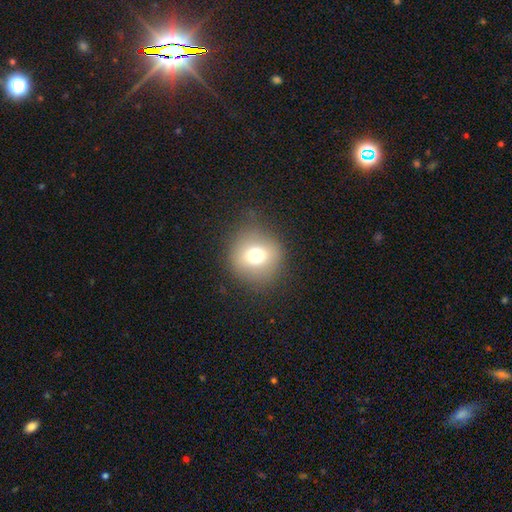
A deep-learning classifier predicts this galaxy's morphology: type=smooth (71%); roundness=round (90%); merging=none (83%).